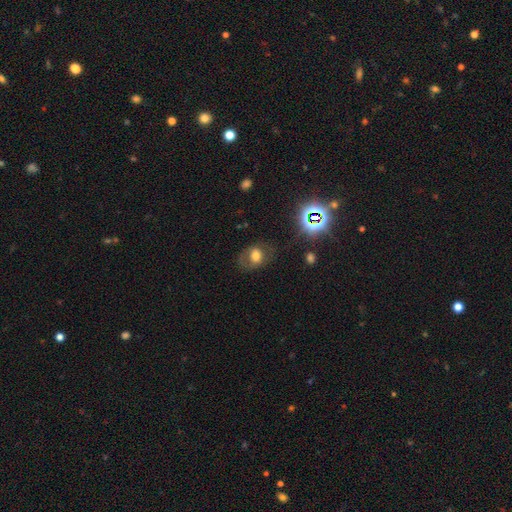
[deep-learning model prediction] Morphology: type=smooth (56%); roundness=in between (58%); merging=none (61%).